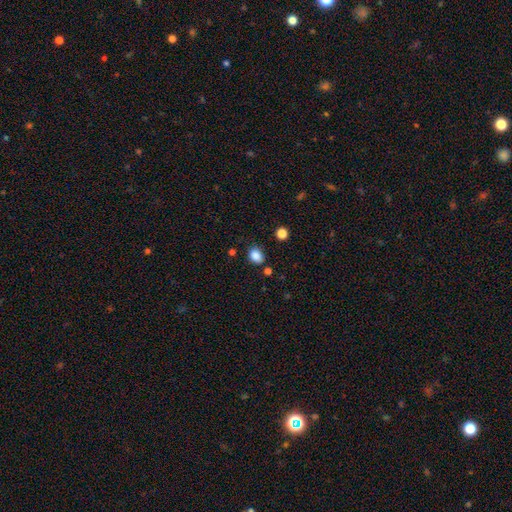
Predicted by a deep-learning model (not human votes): Smooth or featured?
  - smooth: 86% *
  - star or artifact: 11%
  - featured or disk: 3%
How rounded?
  - in between: 58% *
  - round: 41%
  - cigar-shaped: 1%
Merging?
  - none: 78% *
  - minor disturbance: 14%
  - merger: 4%
  - major disturbance: 4%